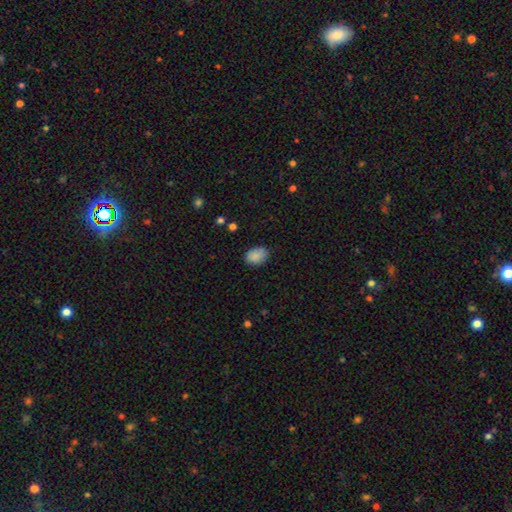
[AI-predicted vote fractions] Smooth or featured? Predicted: smooth (p=0.88). How rounded? Predicted: in between (p=0.78). Merging? Predicted: none (p=0.80).